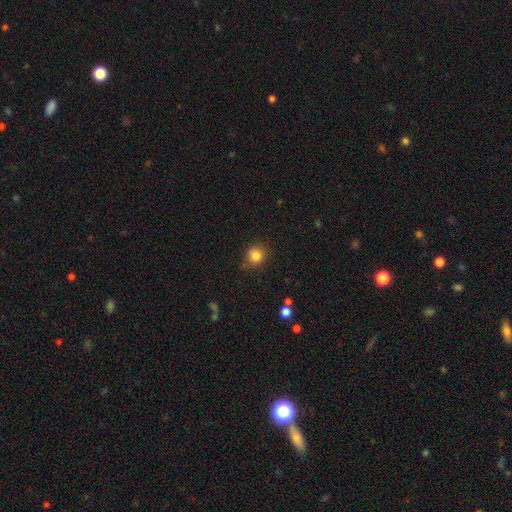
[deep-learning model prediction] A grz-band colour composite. It shows a smooth galaxy with no disk features (84%) that is round (85%). Merging: none (77%).